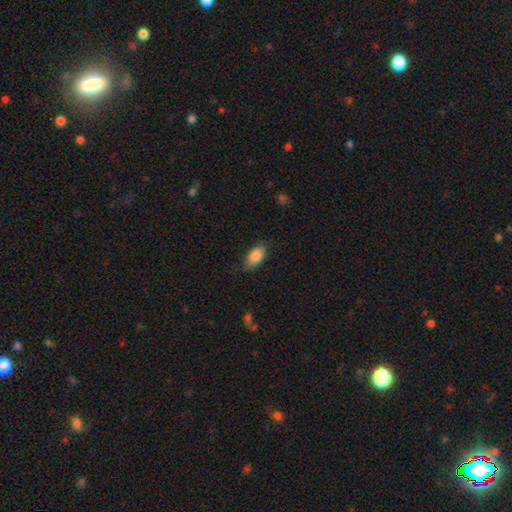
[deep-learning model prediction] This appears to be a smooth galaxy with no disk features (86%) that is in between round and cigar-shaped (92%). Merging: none (80%).